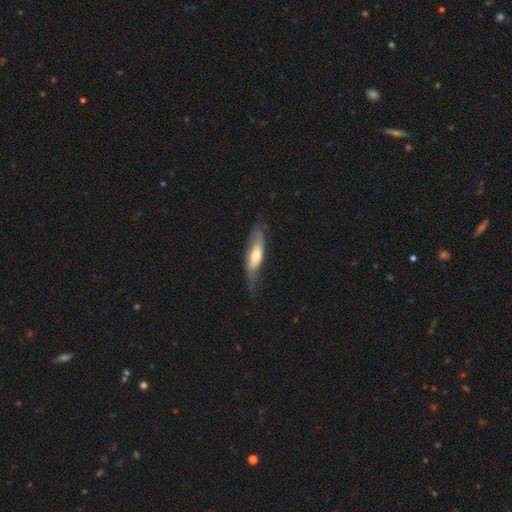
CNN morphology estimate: A smooth galaxy with no disk features (54%) that is cigar-shaped (58%).

Vote fractions:
- Smooth or featured? smooth: 54% / featured or disk: 40% / star or artifact: 6%
- How rounded? cigar-shaped: 58% / in between: 40% / round: 2%
- Merging? none: 60% / minor disturbance: 28% / major disturbance: 11% / merger: 2%